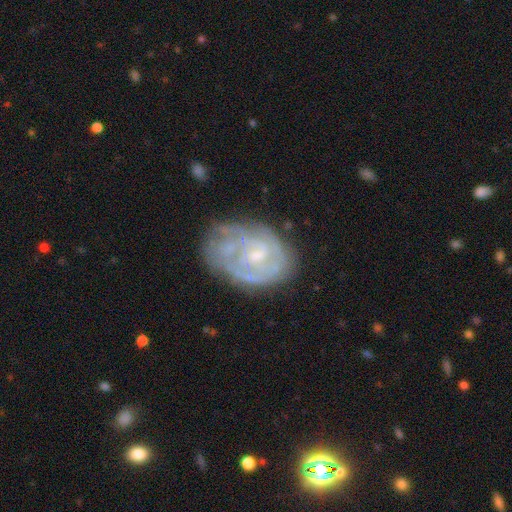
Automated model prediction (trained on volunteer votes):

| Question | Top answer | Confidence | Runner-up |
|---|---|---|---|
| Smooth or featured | featured or disk | 79% | smooth (15%) |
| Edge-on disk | no | 97% | yes (3%) |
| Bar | no | 56% | weak (37%) |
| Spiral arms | yes | 80% | no (20%) |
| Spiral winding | tight | 62% | medium (29%) |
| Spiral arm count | can't tell | 45% | 2 (27%) |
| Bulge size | small | 60% | moderate (28%) |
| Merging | none | 59% | minor disturbance (25%) |